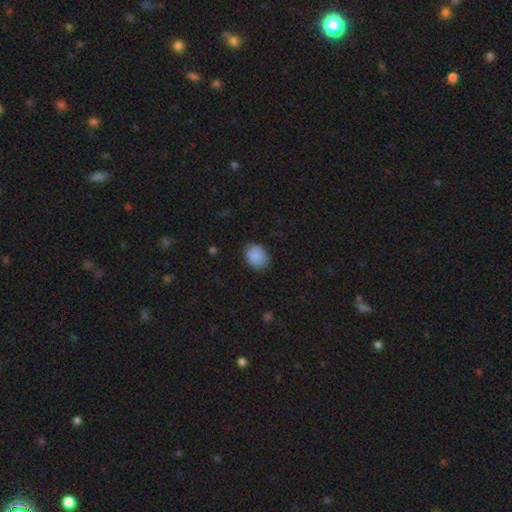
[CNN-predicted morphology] The model was most divided on "how rounded": in between: 51%, round: 49%, cigar-shaped: 1%. More confident: smooth or featured — smooth (89%); merging — none (84%).